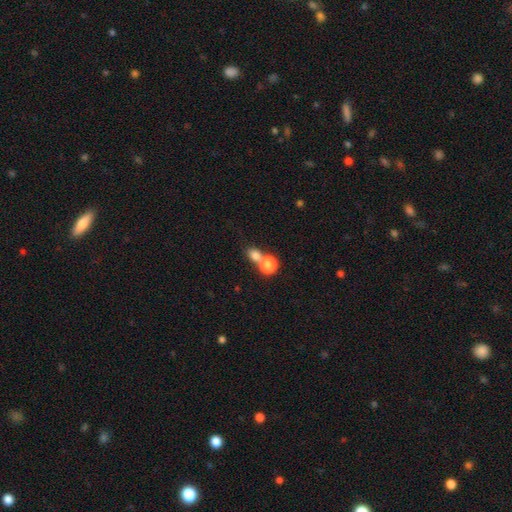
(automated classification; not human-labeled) Morphology: type=smooth (78%); roundness=round (64%); merging=merger (45%).